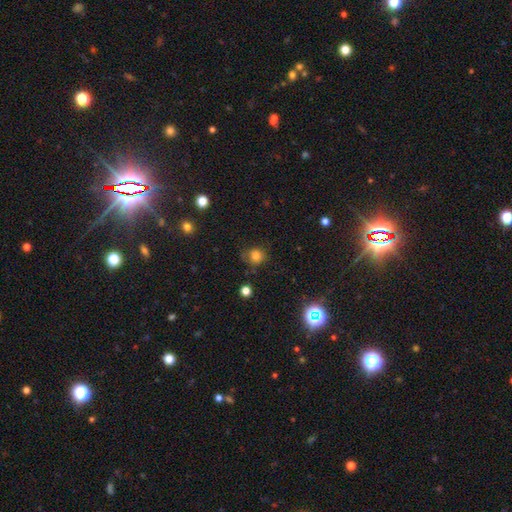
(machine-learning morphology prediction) The model was most divided on "merging": none: 69%, minor disturbance: 22%, major disturbance: 7%, merger: 2%. More confident: how rounded — round (81%); smooth or featured — smooth (78%).